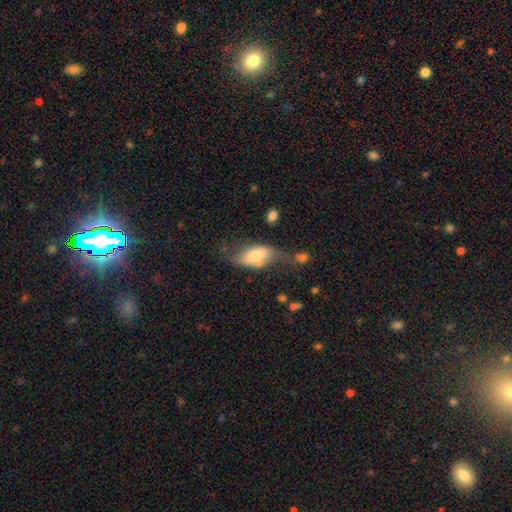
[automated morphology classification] smooth-or-featured: smooth: 52% | featured or disk: 40% | star or artifact: 8%
  how-rounded: in between: 89% | cigar-shaped: 6% | round: 5%
  merging: none: 30% (tied) | major disturbance: 30% (tied) | minor disturbance: 28% | merger: 12%